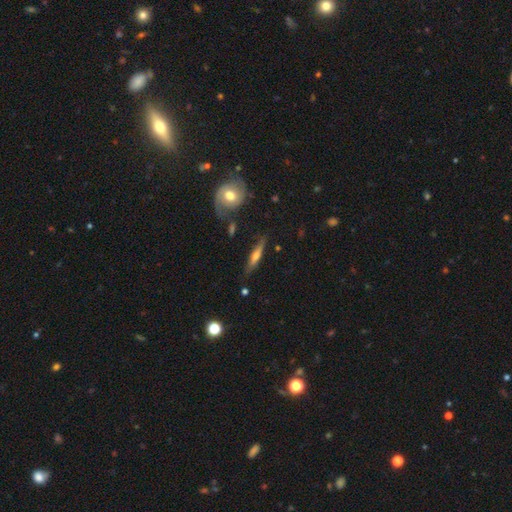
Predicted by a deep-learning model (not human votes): This is possibly a featured or disk galaxy (56%). It is clearly viewed edge-on (90%). Edge-on bulge: likely rounded (78%). Merging: likely none (76%).